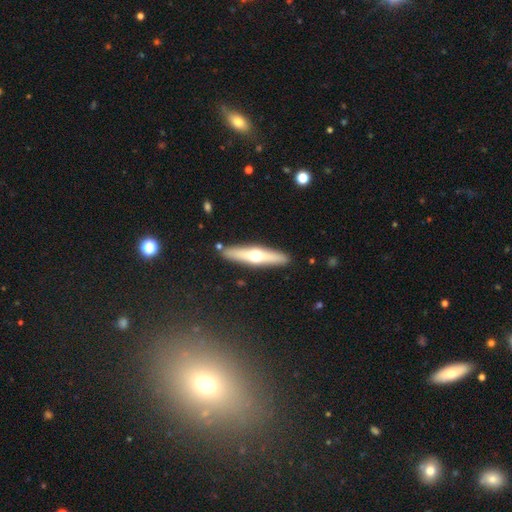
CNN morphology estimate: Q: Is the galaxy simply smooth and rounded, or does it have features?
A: featured or disk — 52%.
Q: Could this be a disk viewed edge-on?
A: yes — 90%.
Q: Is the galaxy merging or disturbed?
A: none — 88%.